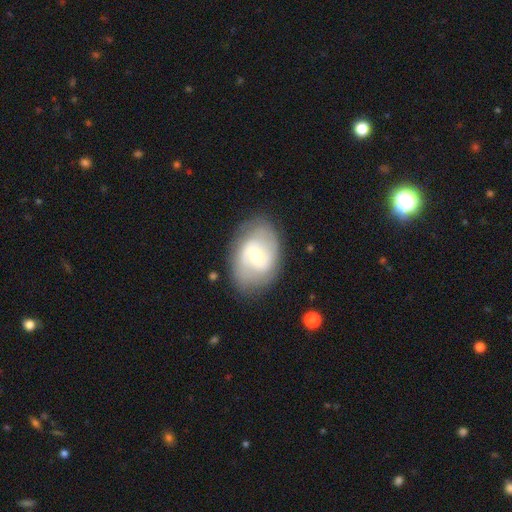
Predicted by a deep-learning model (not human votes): Smooth or featured? featured or disk (66%)
Edge-on disk? no (96%)
Bar? weak (55%)
Spiral arms? yes (78%)
Bulge size? moderate (53%)
Merging? none (77%)